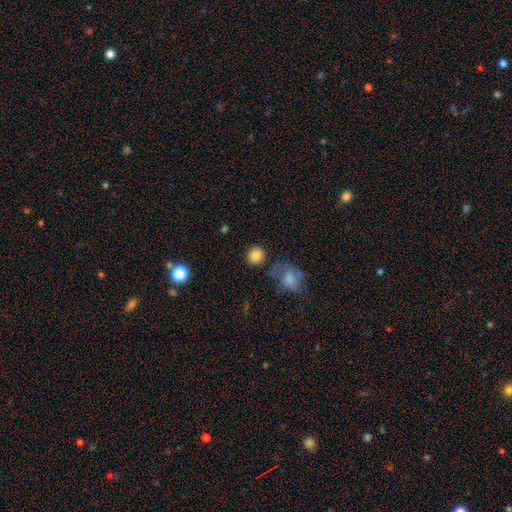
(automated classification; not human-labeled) Smooth or featured? Predicted: smooth (p=0.84). How rounded? Predicted: round (p=0.86). Merging? Predicted: none (p=0.79).